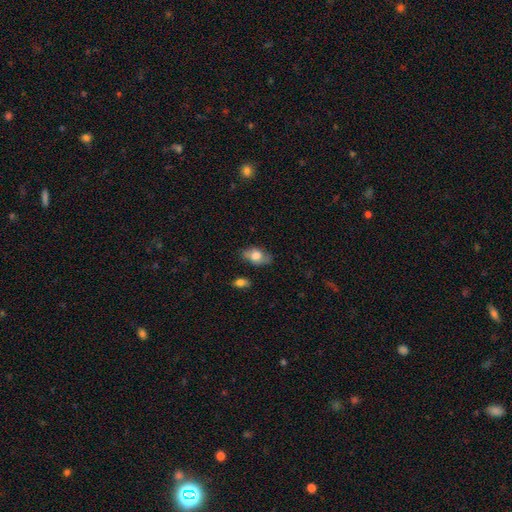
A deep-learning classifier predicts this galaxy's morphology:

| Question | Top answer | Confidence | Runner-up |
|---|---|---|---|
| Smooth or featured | smooth | 67% | featured or disk (25%) |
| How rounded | in between | 86% | round (11%) |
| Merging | none | 65% | minor disturbance (25%) |